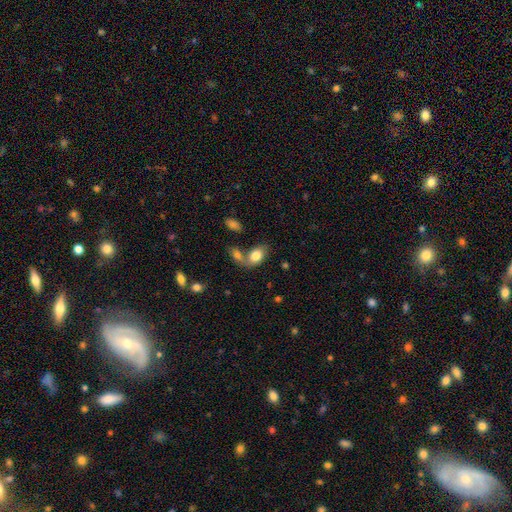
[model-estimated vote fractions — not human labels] Overall: smooth (81%). How rounded: in between (87%). Merging: none (45%; merger 35%).